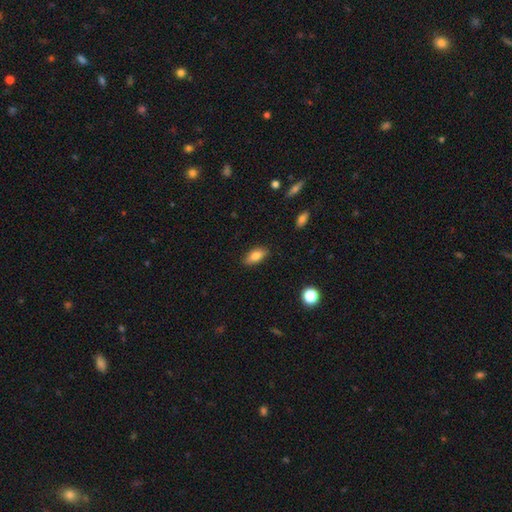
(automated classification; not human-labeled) This is clearly a smooth galaxy (81%). How rounded: clearly in between (87%). Merging: clearly none (87%).